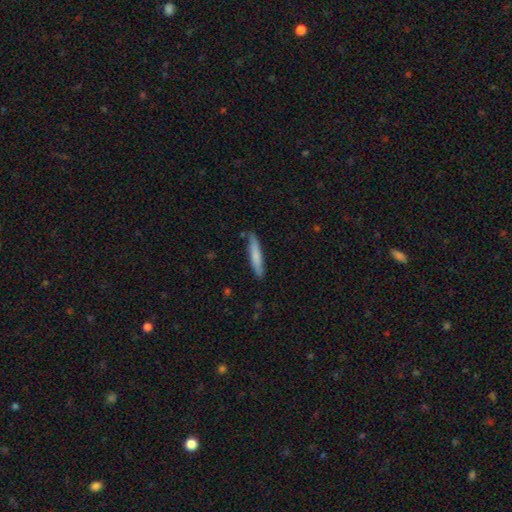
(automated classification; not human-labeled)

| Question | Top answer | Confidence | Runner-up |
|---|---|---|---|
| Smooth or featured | smooth | 75% | featured or disk (19%) |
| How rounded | cigar-shaped | 90% | in between (9%) |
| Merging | none | 82% | minor disturbance (13%) |